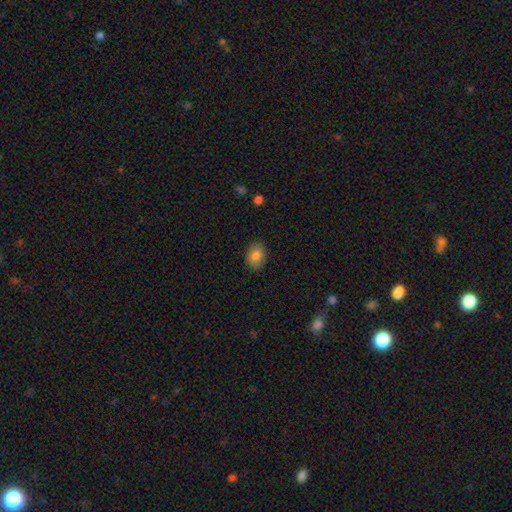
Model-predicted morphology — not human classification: This appears to be a smooth galaxy with no disk features (83%) that is in between round and cigar-shaped (71%). Merging: none (87%).